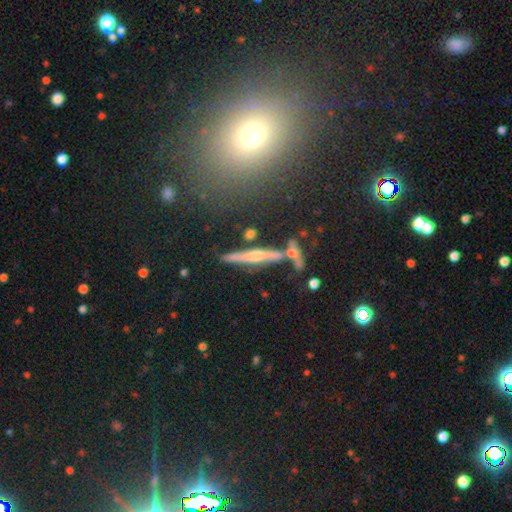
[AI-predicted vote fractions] Overall: featured or disk (67%). Edge-on disk: yes (93%). Edge-on bulge: rounded (80%). Merging: none (70%).